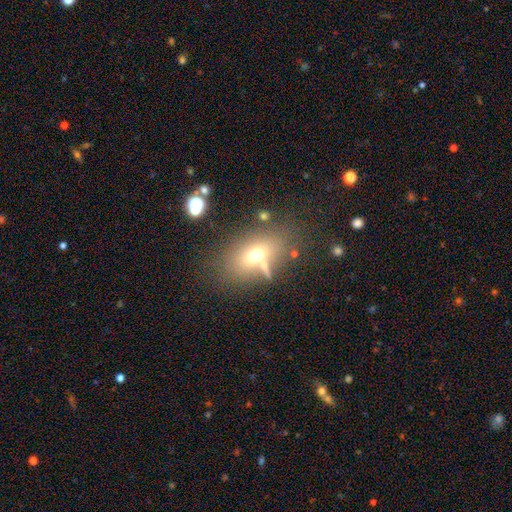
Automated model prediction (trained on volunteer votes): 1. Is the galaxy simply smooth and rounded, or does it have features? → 60% smooth, 24% featured or disk, 16% star or artifact.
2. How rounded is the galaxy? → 74% in between, 20% round, 5% cigar-shaped.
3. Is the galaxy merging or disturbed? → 59% none, 16% merger, 15% minor disturbance, 10% major disturbance.